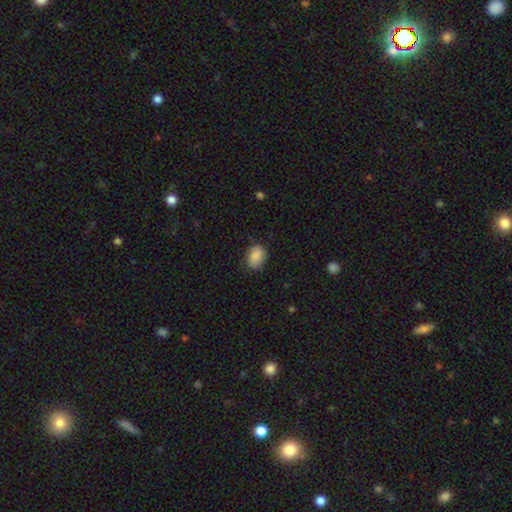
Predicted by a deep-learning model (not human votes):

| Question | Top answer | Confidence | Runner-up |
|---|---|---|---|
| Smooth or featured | smooth | 85% | featured or disk (8%) |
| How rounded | in between | 65% | round (34%) |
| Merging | none | 71% | minor disturbance (23%) |